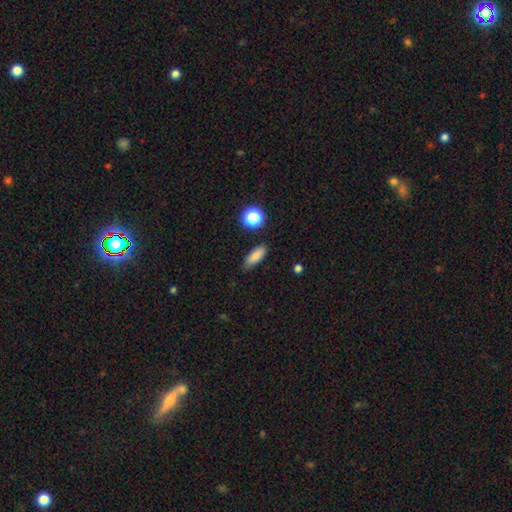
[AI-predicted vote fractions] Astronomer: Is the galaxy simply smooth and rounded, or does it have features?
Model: smooth — 83%.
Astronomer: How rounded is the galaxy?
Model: in between — 69%.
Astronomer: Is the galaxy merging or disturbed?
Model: none — 82%.